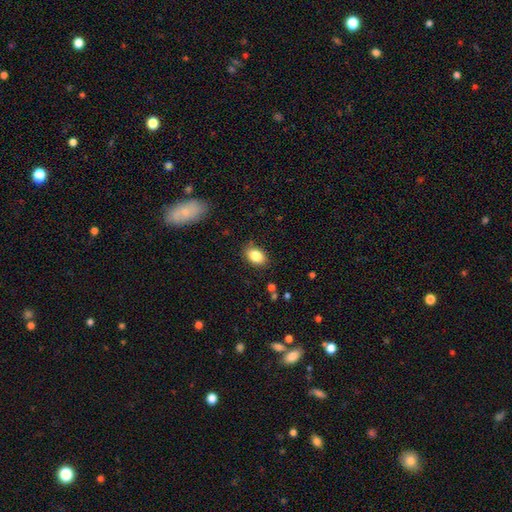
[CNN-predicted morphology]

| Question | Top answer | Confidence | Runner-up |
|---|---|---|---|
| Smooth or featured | smooth | 85% | star or artifact (8%) |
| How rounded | in between | 84% | round (15%) |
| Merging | none | 84% | minor disturbance (12%) |